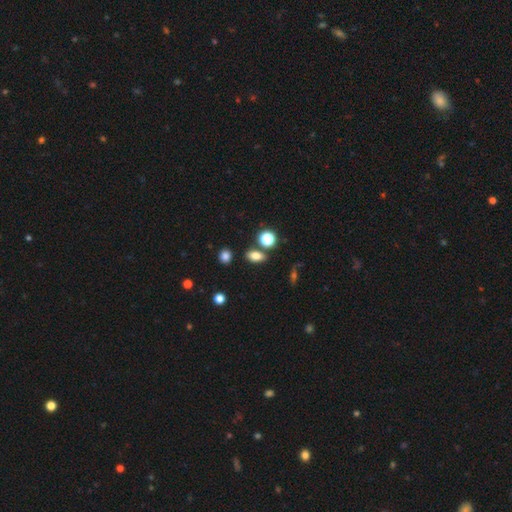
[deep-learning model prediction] This is likely a smooth galaxy (76%). How rounded: likely in between (77%). Merging: likely none (77%).